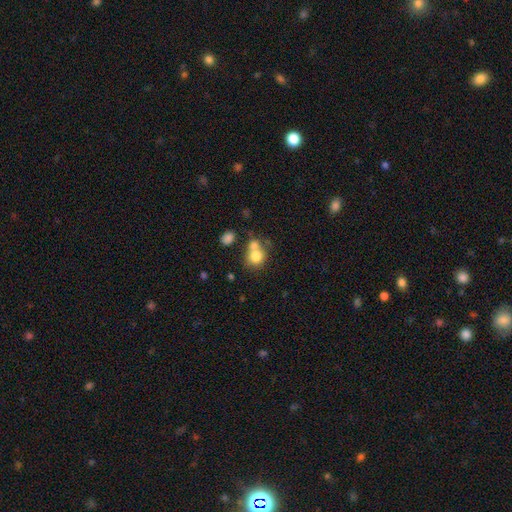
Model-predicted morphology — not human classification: smooth 77%, featured or disk 12%, star or artifact 10%. Down the decision tree: how rounded — round (75%); merging — merger (45%).